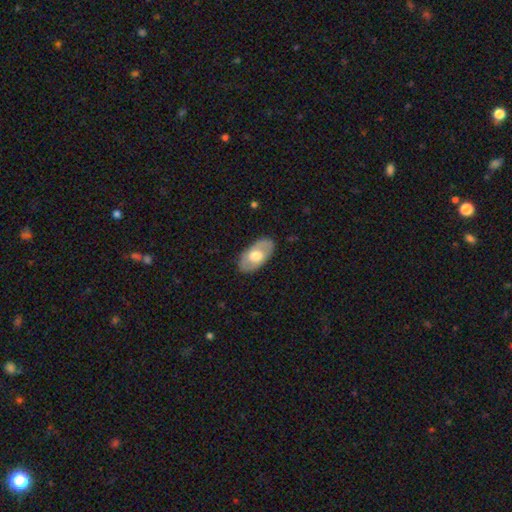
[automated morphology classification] Smooth or featured? Predicted: smooth (p=0.57). How rounded? Predicted: in between (p=0.94). Merging? Predicted: none (p=0.83).